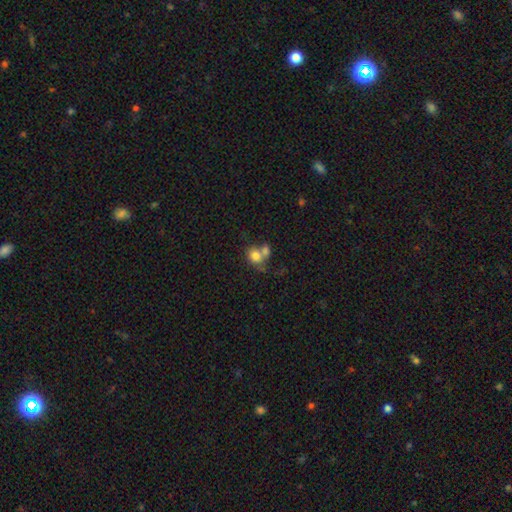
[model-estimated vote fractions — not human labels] smooth_or_featured: smooth (p=0.76) [alt: featured or disk p=0.14]
how_rounded: round (p=0.64) [alt: in between p=0.35]
merging: merger (p=0.57) [alt: none p=0.28]